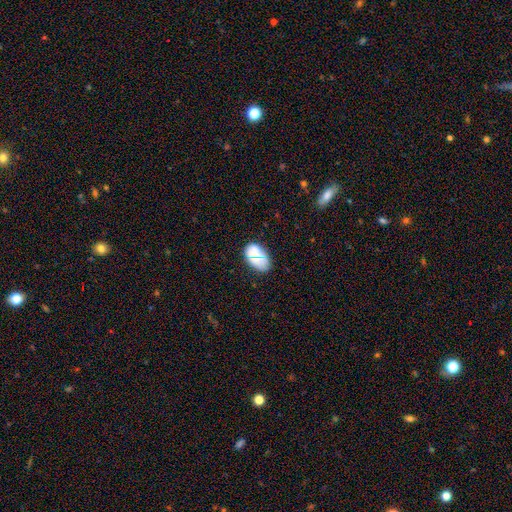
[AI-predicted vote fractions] Overall: smooth (71%). How rounded: in between (89%). Merging: none (81%).